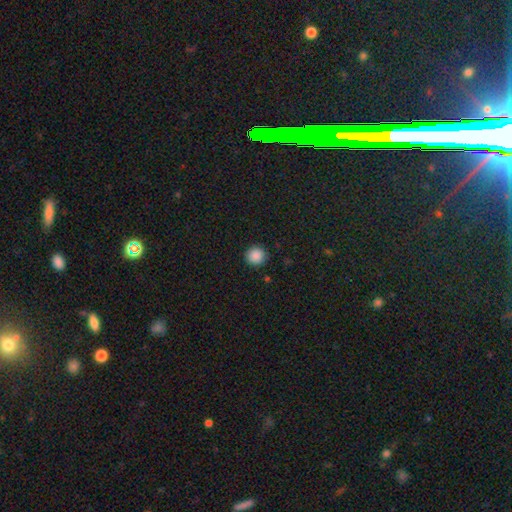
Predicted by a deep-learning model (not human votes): Smooth or featured: smooth — 88% (star or artifact — 10%)
How rounded: round — 94% (in between — 5%)
Merging: none — 91% (minor disturbance — 6%)